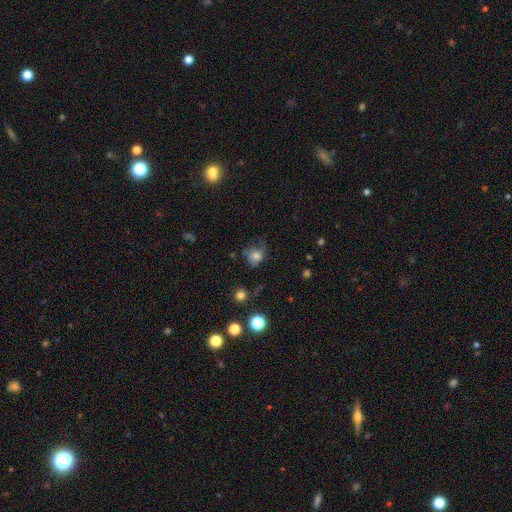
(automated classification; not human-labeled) A smooth galaxy with no disk features (63%) that is round (64%).

Vote fractions:
- Smooth or featured? smooth: 63% / featured or disk: 22% / star or artifact: 15%
- How rounded? round: 64% / in between: 35% / cigar-shaped: 1%
- Merging? none: 50% / minor disturbance: 27% / major disturbance: 20% / merger: 3%